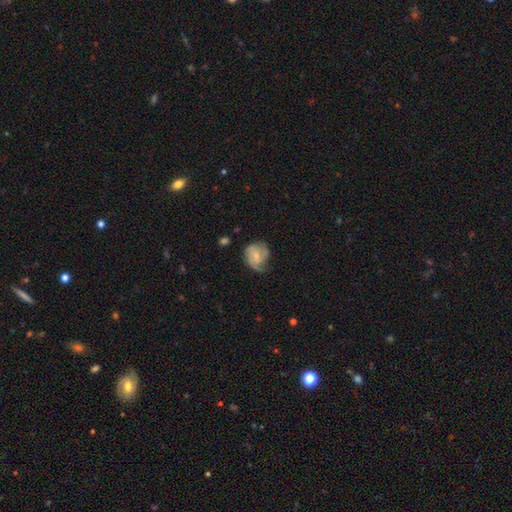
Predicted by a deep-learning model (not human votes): Q: Smooth or featured?
A: featured or disk (58%); runner-up: smooth (35%)
Q: Edge-on disk?
A: no (98%); runner-up: yes (2%)
Q: Bar?
A: no (57%); runner-up: weak (36%)
Q: Spiral arms?
A: yes (87%); runner-up: no (13%)
Q: Bulge size?
A: small (59%); runner-up: moderate (32%)
Q: Merging?
A: none (52%); runner-up: minor disturbance (31%)